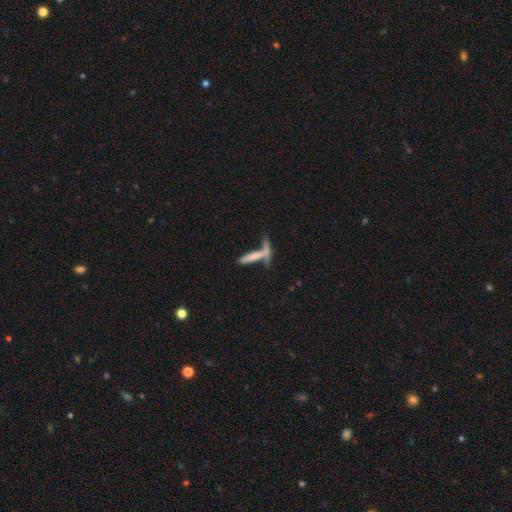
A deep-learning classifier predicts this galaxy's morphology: This is possibly a smooth galaxy (58%). How rounded: clearly cigar-shaped (85%). Merging: marginally merger (42%).